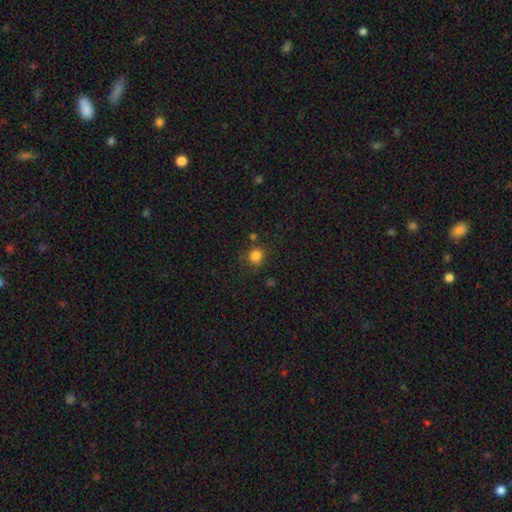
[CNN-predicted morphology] This is clearly a smooth galaxy (81%). How rounded: clearly round (85%). Merging: likely none (75%).